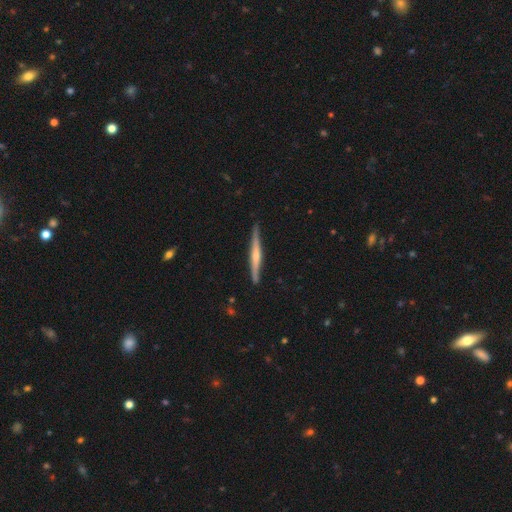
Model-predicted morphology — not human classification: Smooth or featured?
  - featured or disk: 69% *
  - smooth: 26%
  - star or artifact: 5%
Edge-on disk?
  - yes: 98% *
  - no: 2%
Edge-on bulge?
  - rounded: 63% *
  - none: 24%
  - boxy: 13%
Merging?
  - none: 88% *
  - minor disturbance: 9%
  - major disturbance: 1%
  - merger: 1%